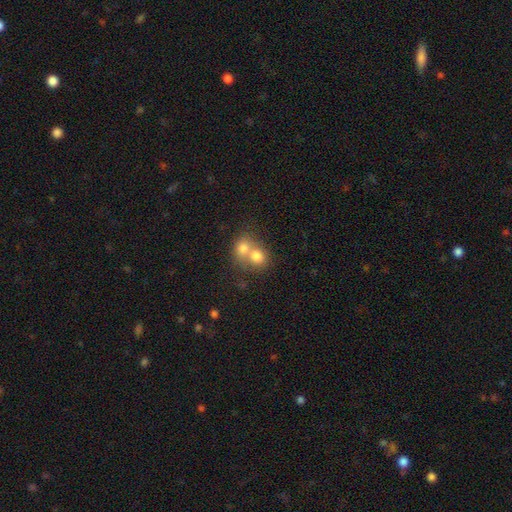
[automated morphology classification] smooth 75%, featured or disk 15%, star or artifact 10%. Down the decision tree: how rounded — round (64%); merging — merger (71%).